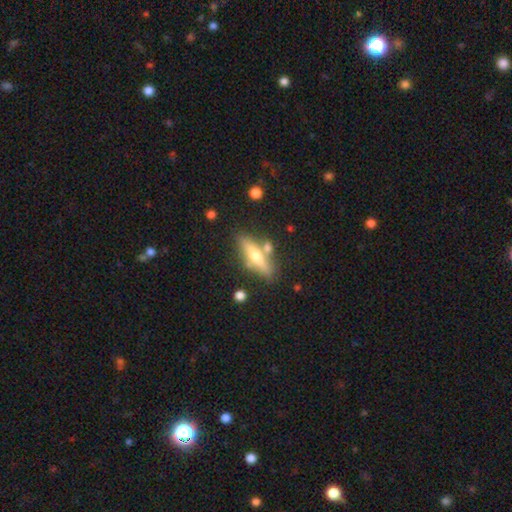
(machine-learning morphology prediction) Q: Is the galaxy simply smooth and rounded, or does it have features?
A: featured or disk — 52%.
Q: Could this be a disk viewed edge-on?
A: yes — 88%.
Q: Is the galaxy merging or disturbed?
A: none — 75%.